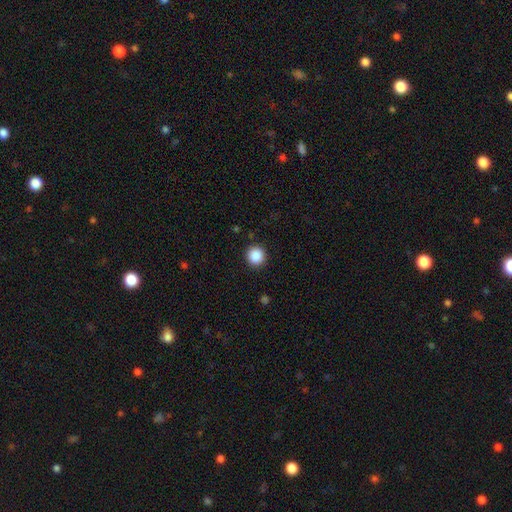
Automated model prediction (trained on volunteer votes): A smooth galaxy with no disk features (88%) that is round (94%).

Vote fractions:
- Smooth or featured? smooth: 88% / star or artifact: 9% / featured or disk: 3%
- How rounded? round: 94% / in between: 5% / cigar-shaped: 1%
- Merging? none: 92% / minor disturbance: 5% / major disturbance: 2% / merger: 1%